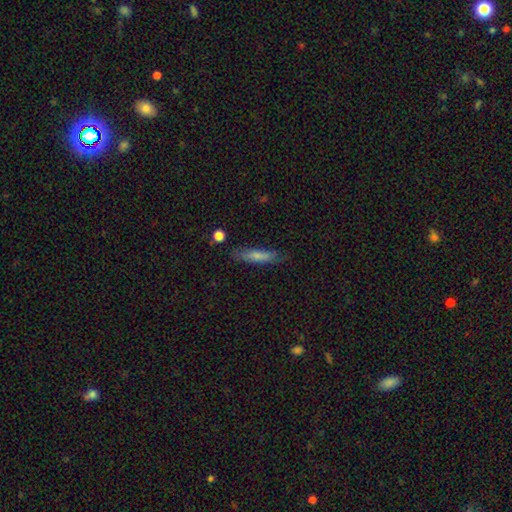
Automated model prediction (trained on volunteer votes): A smooth galaxy with no disk features (70%) that is cigar-shaped (82%). Merging: none (81%).